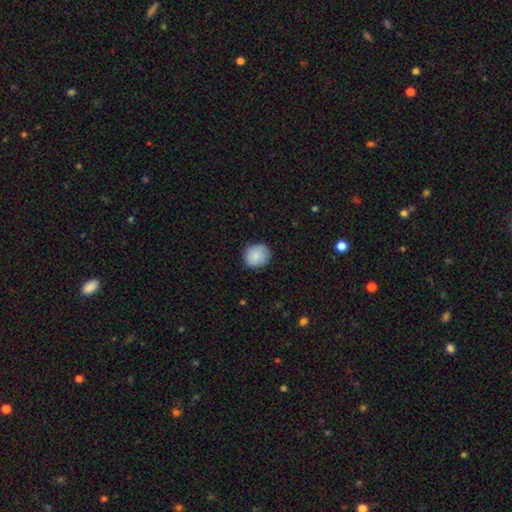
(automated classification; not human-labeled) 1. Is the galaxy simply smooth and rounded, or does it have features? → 85% smooth, 8% featured or disk, 7% star or artifact.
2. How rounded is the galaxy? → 74% round, 25% in between, 1% cigar-shaped.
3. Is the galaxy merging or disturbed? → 79% none, 17% minor disturbance, 3% major disturbance, 1% merger.